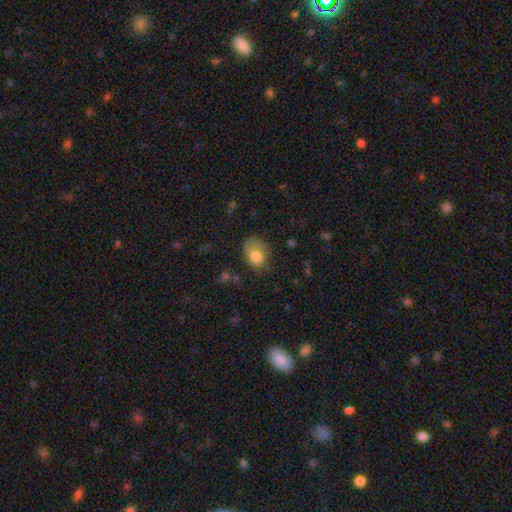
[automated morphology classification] smooth 79%, featured or disk 13%, star or artifact 8%. Down the decision tree: how rounded — in between (61%); merging — none (50%).